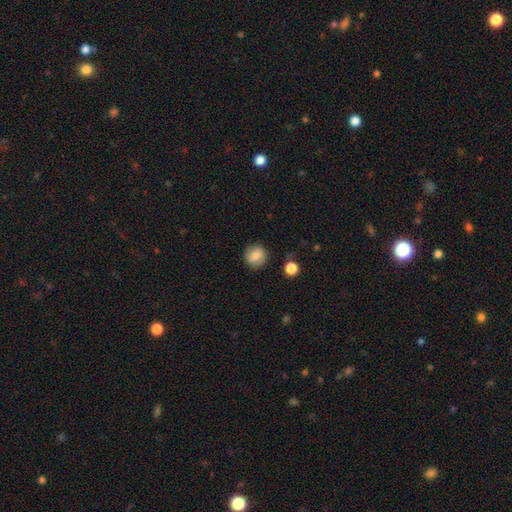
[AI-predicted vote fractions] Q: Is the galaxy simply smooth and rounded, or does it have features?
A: smooth — 80%.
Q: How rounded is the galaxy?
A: round — 89%.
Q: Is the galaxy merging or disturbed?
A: none — 86%.